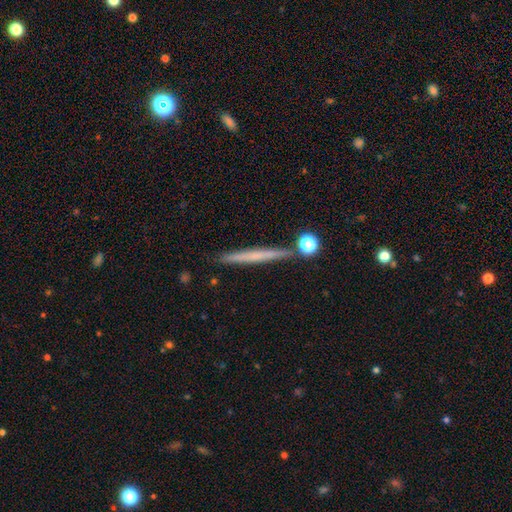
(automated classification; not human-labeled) smooth 50%, featured or disk 42%, star or artifact 8%. Down the decision tree: merging — none (86%).